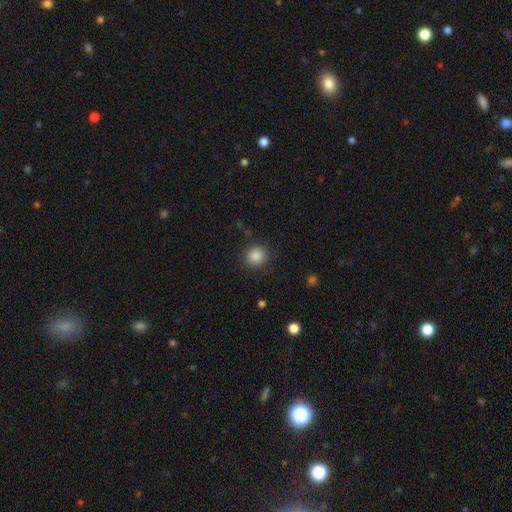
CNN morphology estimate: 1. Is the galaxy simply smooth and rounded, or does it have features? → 86% smooth, 10% star or artifact, 4% featured or disk.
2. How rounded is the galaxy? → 88% round, 11% in between, 1% cigar-shaped.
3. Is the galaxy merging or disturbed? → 89% none, 7% minor disturbance, 3% major disturbance, 1% merger.